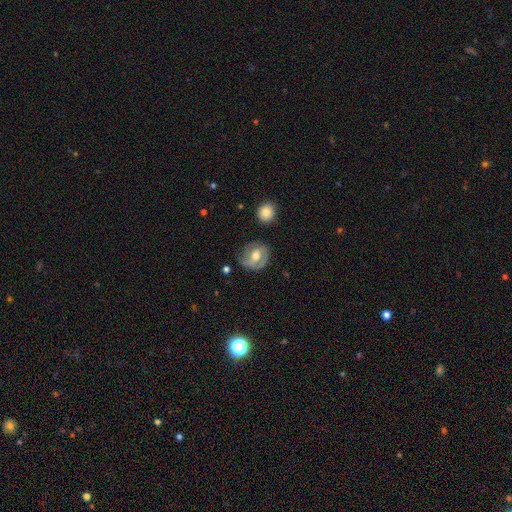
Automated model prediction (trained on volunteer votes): smooth-or-featured: featured or disk: 58% | smooth: 35% | star or artifact: 7%
  disk-edge-on: no: 96% | yes: 4%
    bar: weak: 43% | no: 41% | strong: 16%
    has-spiral-arms: yes: 76% | no: 24%
    bulge-size: moderate: 74% | small: 13% | large: 11% | none: 1% | dominant: 1%
  merging: none: 66% | minor disturbance: 22% | major disturbance: 9% | merger: 3%